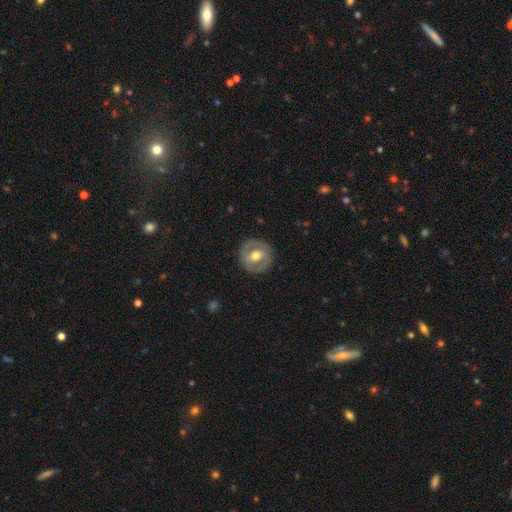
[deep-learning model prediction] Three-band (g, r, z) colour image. It shows a featured or disk galaxy (54%) with a weak bar (41%), no spiral arms (64%) and a moderate central bulge (78%). Merging: none (87%).